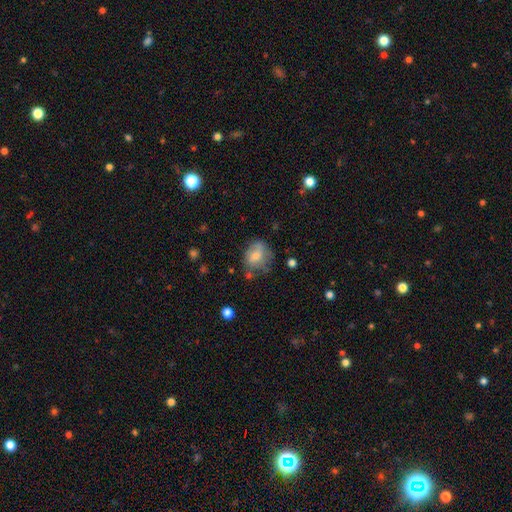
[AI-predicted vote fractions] smooth_or_featured: smooth (p=0.66) [alt: featured or disk p=0.24]
how_rounded: round (p=0.57) [alt: in between p=0.42]
merging: none (p=0.56) [alt: minor disturbance p=0.27]